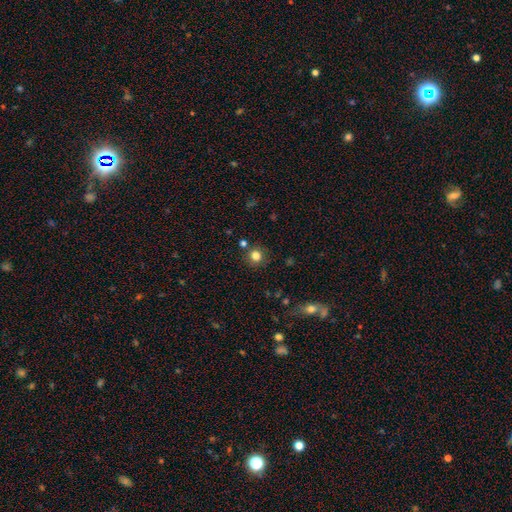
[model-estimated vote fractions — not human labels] smooth 81%, star or artifact 12%, featured or disk 6%. Down the decision tree: how rounded — round (90%); merging — none (83%).